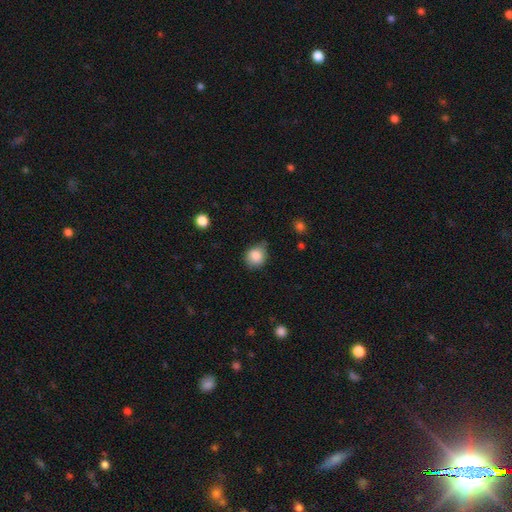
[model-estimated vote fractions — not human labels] Q: Smooth or featured?
A: smooth (85%); runner-up: star or artifact (9%)
Q: How rounded?
A: round (74%); runner-up: in between (25%)
Q: Merging?
A: none (64%); runner-up: minor disturbance (28%)